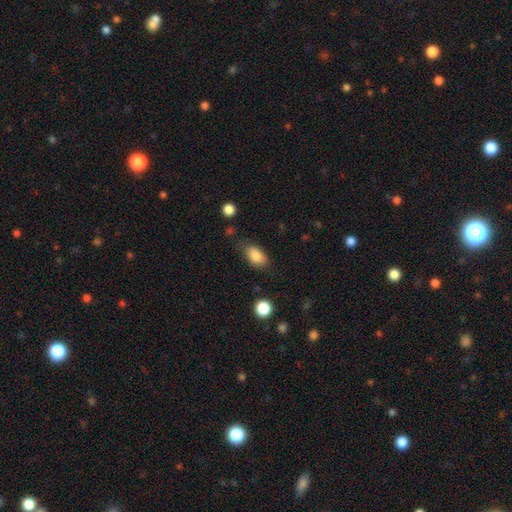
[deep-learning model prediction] smooth-or-featured: smooth: 84% | featured or disk: 8% | star or artifact: 8%
  how-rounded: in between: 88% | round: 10% | cigar-shaped: 2%
  merging: none: 67% | minor disturbance: 23% | major disturbance: 7% | merger: 3%